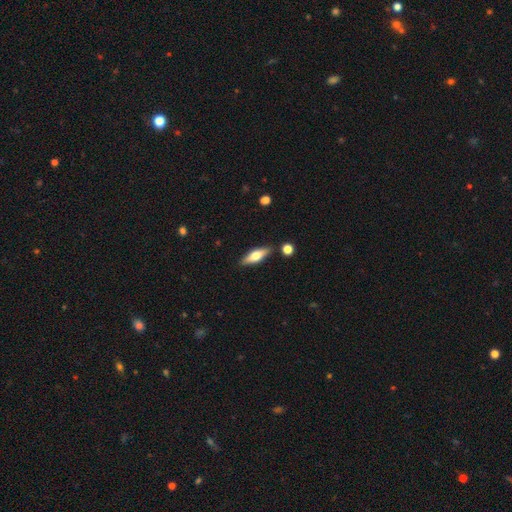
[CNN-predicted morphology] Overall: smooth (51%; featured or disk 43%). How rounded: in between (54%; cigar-shaped 43%). Merging: none (85%).